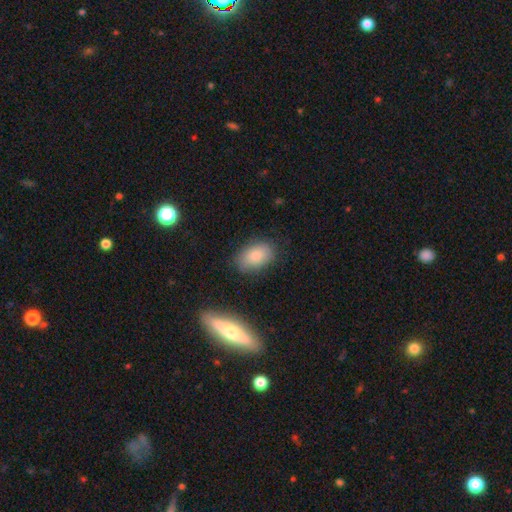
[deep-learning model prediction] Smooth or featured? Predicted: smooth (p=0.84). How rounded? Predicted: in between (p=0.89). Merging? Predicted: none (p=0.80).